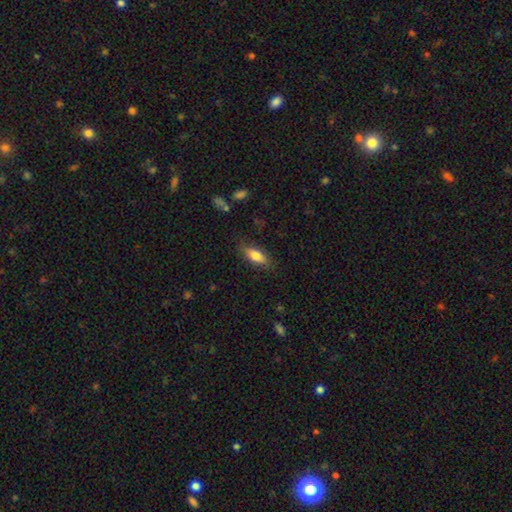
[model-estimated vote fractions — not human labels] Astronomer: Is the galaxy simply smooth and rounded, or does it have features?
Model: smooth — 74%.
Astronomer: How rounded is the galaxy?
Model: in between — 71%.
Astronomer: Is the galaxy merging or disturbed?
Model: none — 81%.